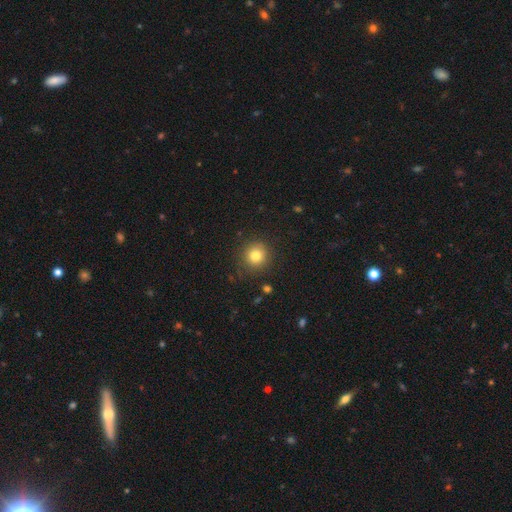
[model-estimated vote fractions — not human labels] smooth 80%, star or artifact 12%, featured or disk 8%. Down the decision tree: how rounded — round (93%); merging — none (87%).